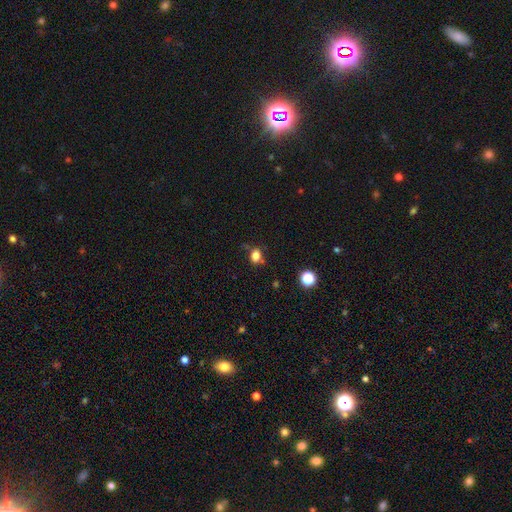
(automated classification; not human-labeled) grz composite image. It shows a smooth galaxy with no disk features (80%) that is in between round and cigar-shaped (54%). Merging: none (64%).